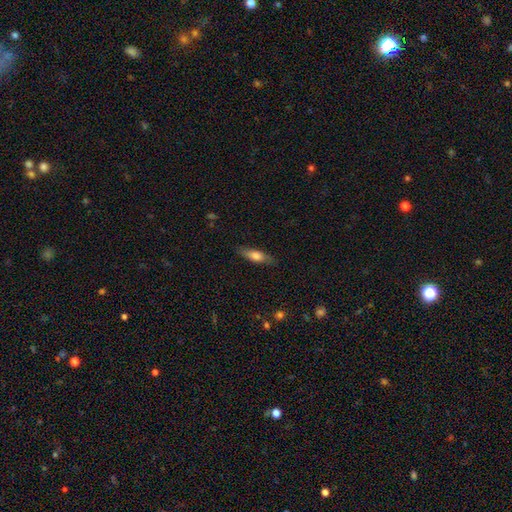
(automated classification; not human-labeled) Overall: smooth (68%). How rounded: in between (49%; cigar-shaped 48%). Merging: none (82%).